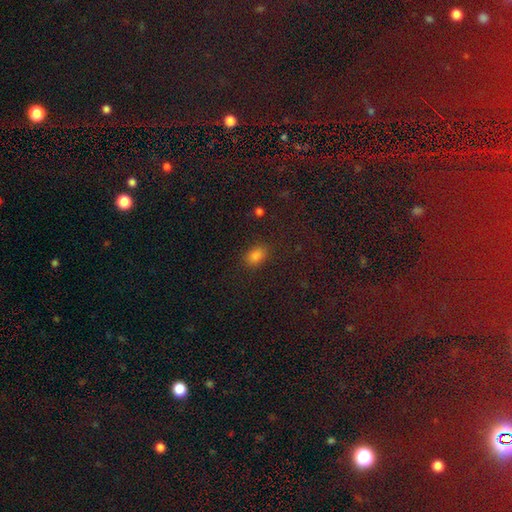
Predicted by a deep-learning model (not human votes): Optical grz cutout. It shows a smooth galaxy with no disk features (80%) that is in between round and cigar-shaped (79%). Merging: none (84%).